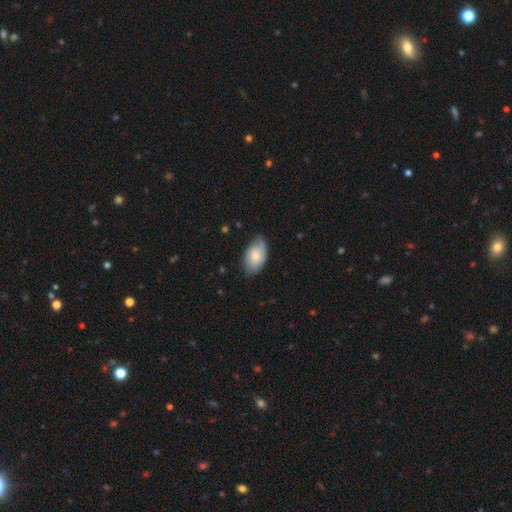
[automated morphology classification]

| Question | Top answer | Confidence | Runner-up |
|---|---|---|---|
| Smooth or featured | smooth | 65% | featured or disk (29%) |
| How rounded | in between | 92% | round (7%) |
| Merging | none | 64% | minor disturbance (28%) |